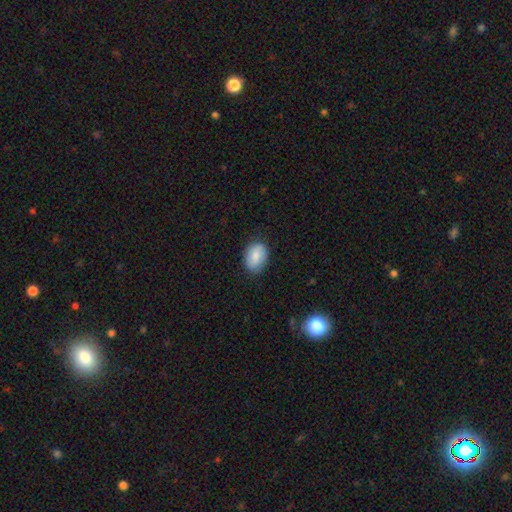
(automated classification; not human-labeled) smooth 81%, featured or disk 12%, star or artifact 7%. Down the decision tree: how rounded — in between (76%); merging — none (81%).